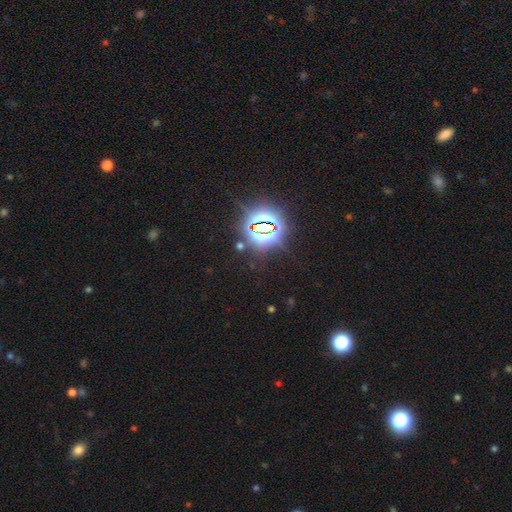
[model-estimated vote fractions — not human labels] Q: Smooth or featured?
A: star or artifact (82%); runner-up: smooth (11%)